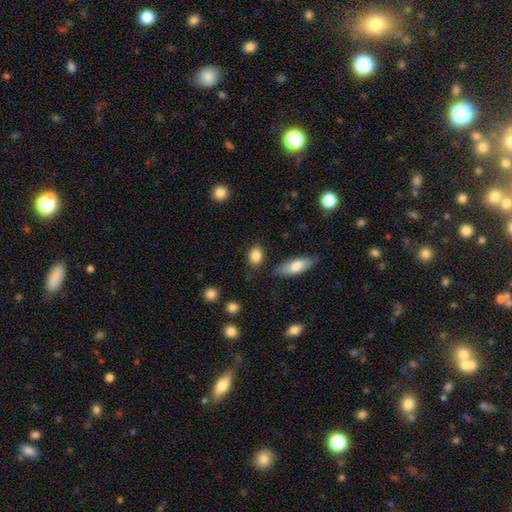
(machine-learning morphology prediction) Smooth or featured: smooth — 86% (star or artifact — 8%)
How rounded: in between — 65% (round — 32%)
Merging: none — 80% (minor disturbance — 13%)